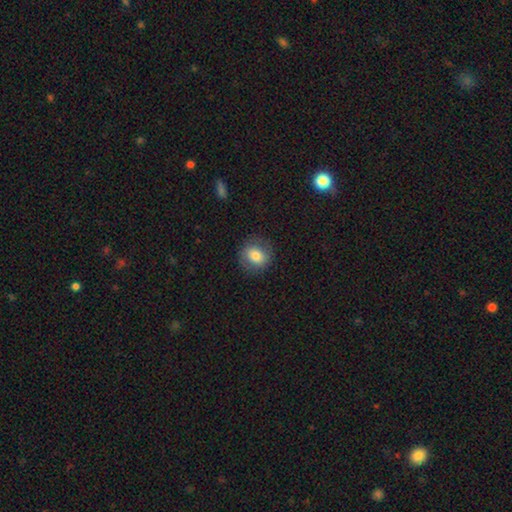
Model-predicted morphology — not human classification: A smooth galaxy with no disk features (75%) that is round (75%).

Vote fractions:
- Smooth or featured? smooth: 75% / featured or disk: 17% / star or artifact: 9%
- How rounded? round: 75% / in between: 24% / cigar-shaped: 1%
- Merging? none: 82% / minor disturbance: 12% / major disturbance: 5% / merger: 1%